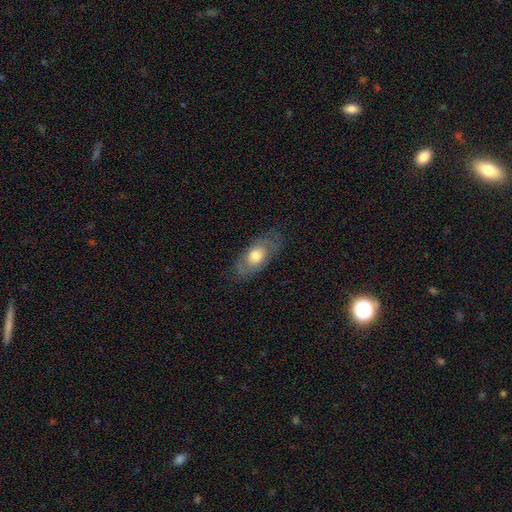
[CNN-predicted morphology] A smooth galaxy with no disk features (59%) that is in between round and cigar-shaped (87%). Merging: none (73%).